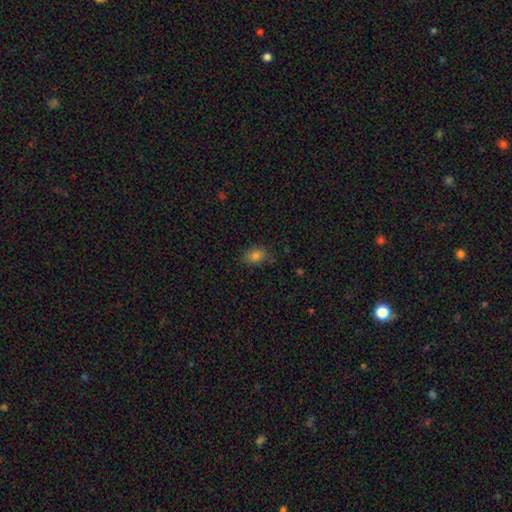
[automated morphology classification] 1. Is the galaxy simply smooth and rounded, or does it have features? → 79% smooth, 14% star or artifact, 7% featured or disk.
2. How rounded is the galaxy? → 72% in between, 26% round, 1% cigar-shaped.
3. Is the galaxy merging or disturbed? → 79% none, 16% minor disturbance, 3% major disturbance, 2% merger.